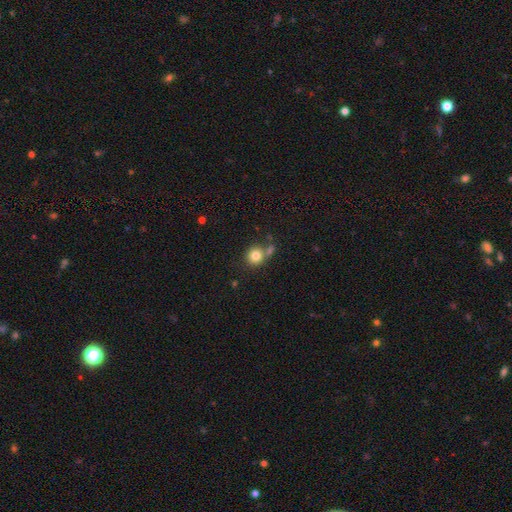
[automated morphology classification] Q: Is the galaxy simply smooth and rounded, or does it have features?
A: smooth — 81%.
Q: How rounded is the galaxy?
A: round — 88%.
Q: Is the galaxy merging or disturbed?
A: none — 60%.